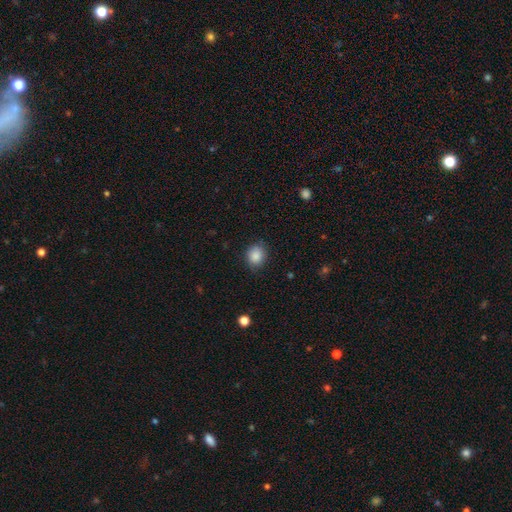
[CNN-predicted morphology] A smooth galaxy with no disk features (87%) that is round (65%). Merging: none (80%).